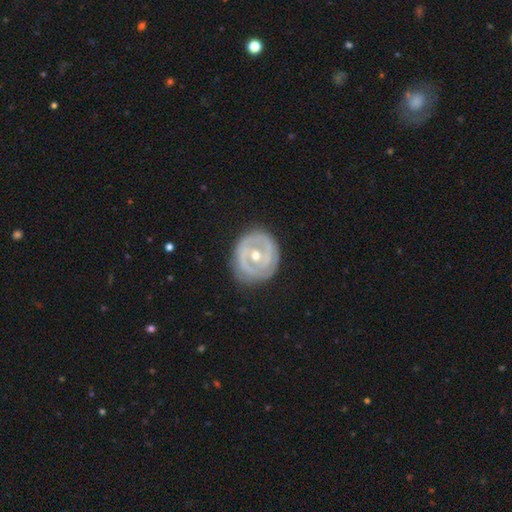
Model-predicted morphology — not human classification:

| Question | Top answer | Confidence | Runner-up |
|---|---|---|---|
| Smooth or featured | featured or disk | 71% | smooth (23%) |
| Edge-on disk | no | 96% | yes (4%) |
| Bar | no | 54% | weak (31%) |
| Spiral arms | no | 57% | yes (43%) |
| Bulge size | moderate | 68% | small (27%) |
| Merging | none | 78% | minor disturbance (16%) |